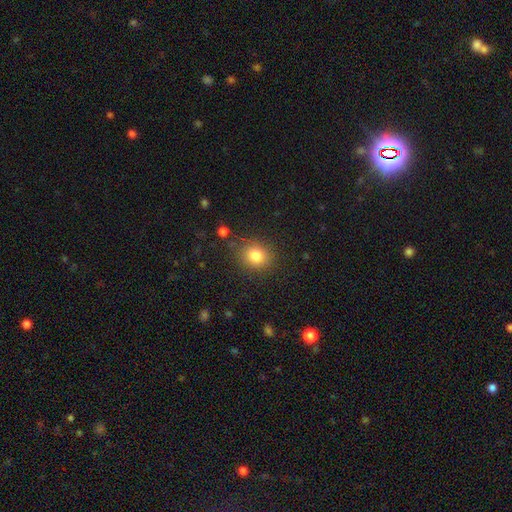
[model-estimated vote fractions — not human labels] smooth_or_featured: smooth (p=0.81) [alt: star or artifact p=0.12]
how_rounded: round (p=0.74) [alt: in between p=0.25]
merging: none (p=0.84) [alt: minor disturbance p=0.10]